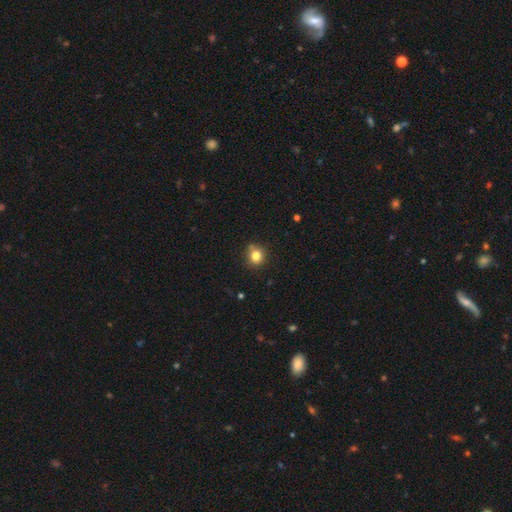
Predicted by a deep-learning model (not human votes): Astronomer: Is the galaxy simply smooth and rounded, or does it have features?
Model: smooth — 81%.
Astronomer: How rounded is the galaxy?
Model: round — 83%.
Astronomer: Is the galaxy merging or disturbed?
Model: none — 79%.